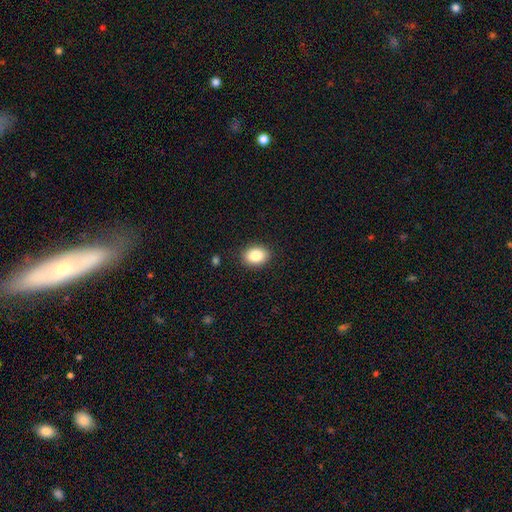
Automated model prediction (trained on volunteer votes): Morphology: type=smooth (86%); roundness=in between (68%); merging=none (88%).